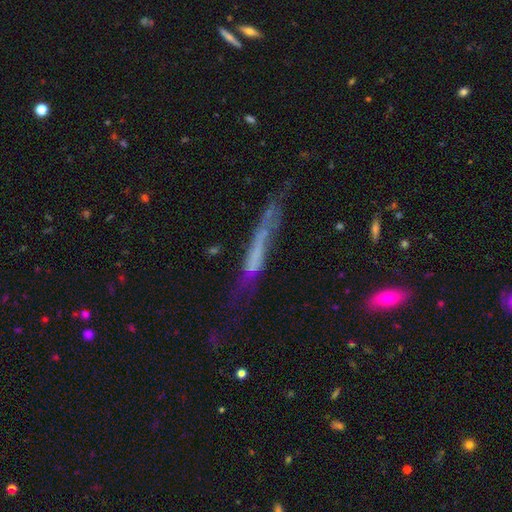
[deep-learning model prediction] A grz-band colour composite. It shows a featured or disk galaxy (49%). Merging: none (52%).